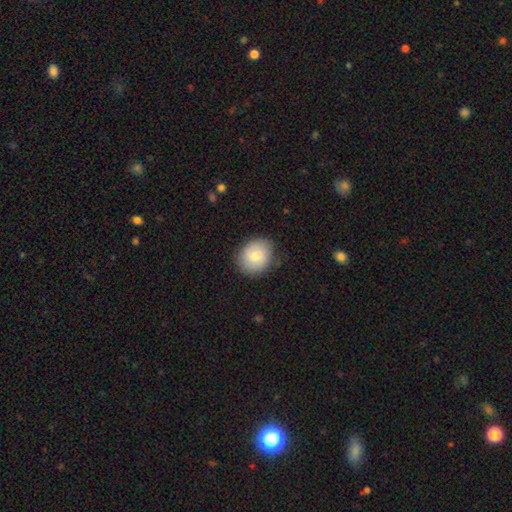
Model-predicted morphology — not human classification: Smooth or featured? smooth (76%)
How rounded? round (63%)
Merging? none (84%)